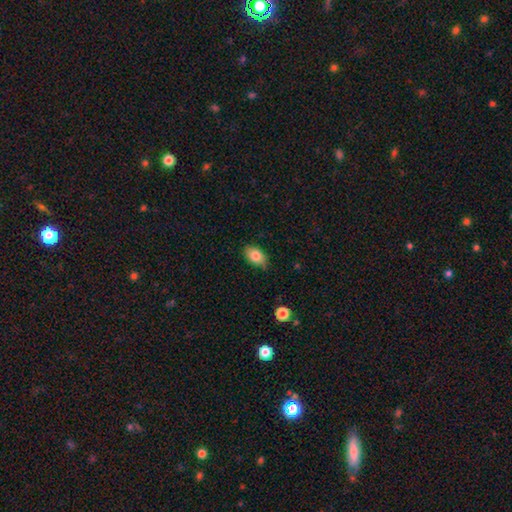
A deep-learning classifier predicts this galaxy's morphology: A smooth galaxy with no disk features (82%) that is in between round and cigar-shaped (87%). Merging: none (74%).